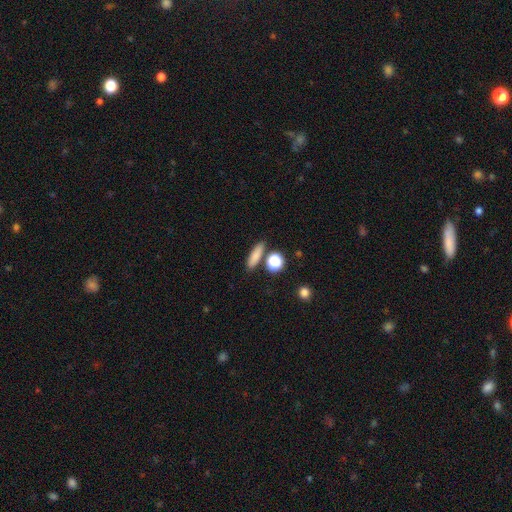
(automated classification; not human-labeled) Smooth or featured: smooth — 80% (star or artifact — 10%)
How rounded: cigar-shaped — 51% (in between — 37%)
Merging: none — 79% (minor disturbance — 10%)